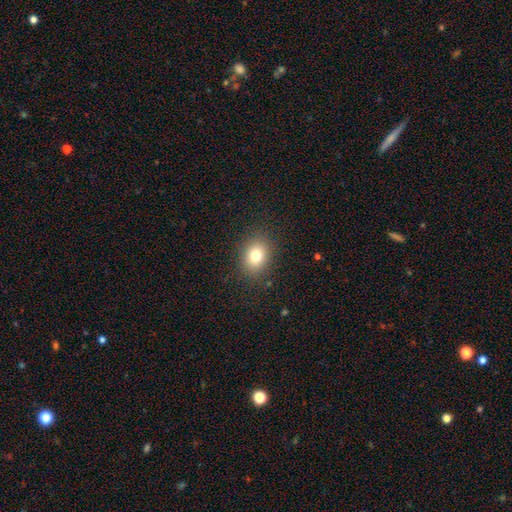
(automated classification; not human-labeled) smooth_or_featured: smooth (p=0.79) [alt: star or artifact p=0.12]
how_rounded: in between (p=0.57) [alt: round p=0.42]
merging: none (p=0.87) [alt: minor disturbance p=0.09]